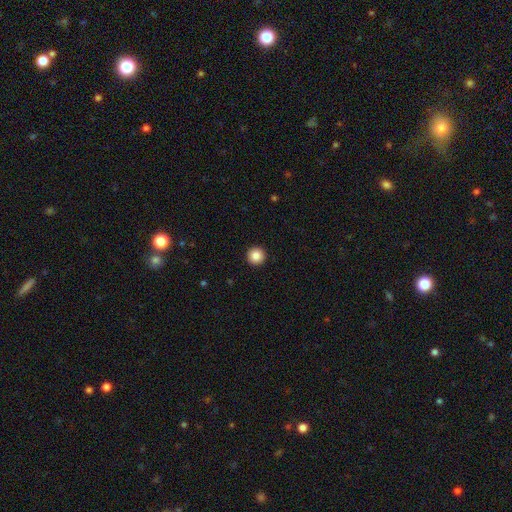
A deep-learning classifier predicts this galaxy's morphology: type=smooth (86%); roundness=round (97%); merging=none (94%).